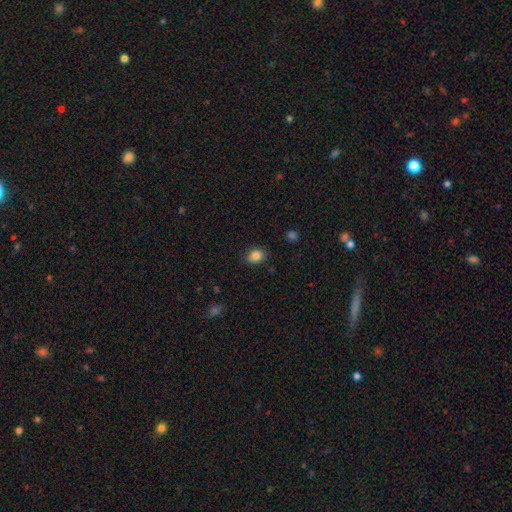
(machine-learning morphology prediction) This appears to be a smooth galaxy with no disk features (85%) that is in between round and cigar-shaped (65%). Merging: none (83%).